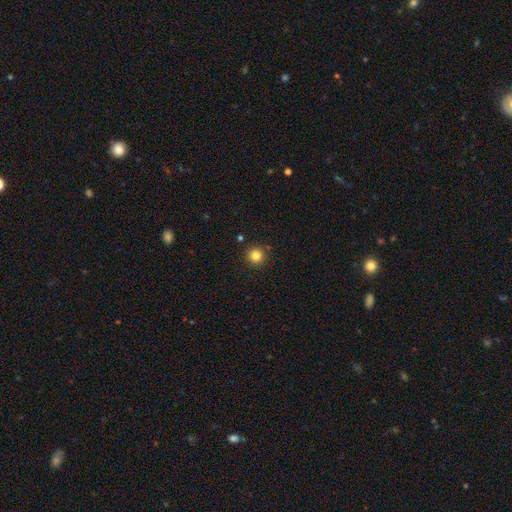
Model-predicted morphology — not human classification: A smooth galaxy with no disk features (82%) that is round (95%).

Vote fractions:
- Smooth or featured? smooth: 82% / star or artifact: 12% / featured or disk: 5%
- How rounded? round: 95% / in between: 4% / cigar-shaped: 1%
- Merging? none: 89% / minor disturbance: 6% / merger: 3% / major disturbance: 2%